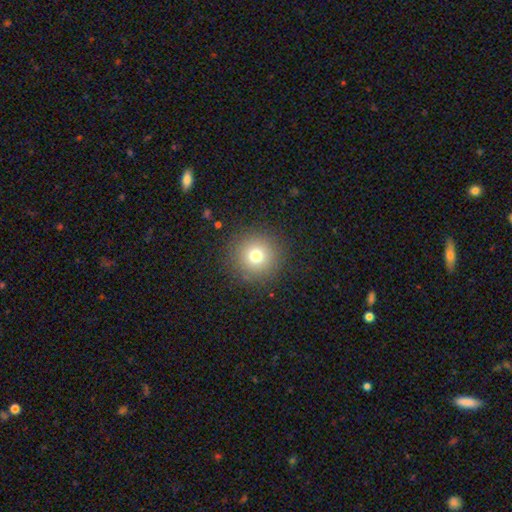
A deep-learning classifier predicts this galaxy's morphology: This appears to be a smooth galaxy with no disk features (75%) that is round (95%). Merging: none (89%).